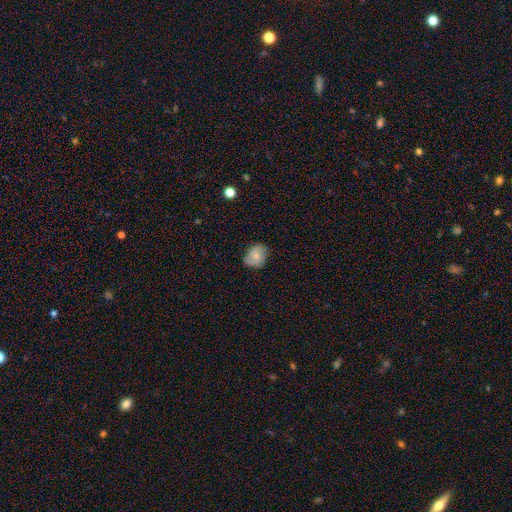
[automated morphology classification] smooth 62%, featured or disk 29%, star or artifact 8%. Down the decision tree: how rounded — in between (52%); merging — none (69%).